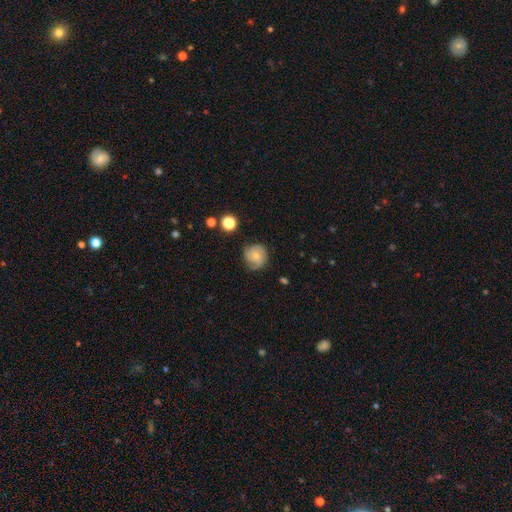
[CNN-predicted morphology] Smooth or featured? Predicted: smooth (p=0.49). Merging? Predicted: none (p=0.69).